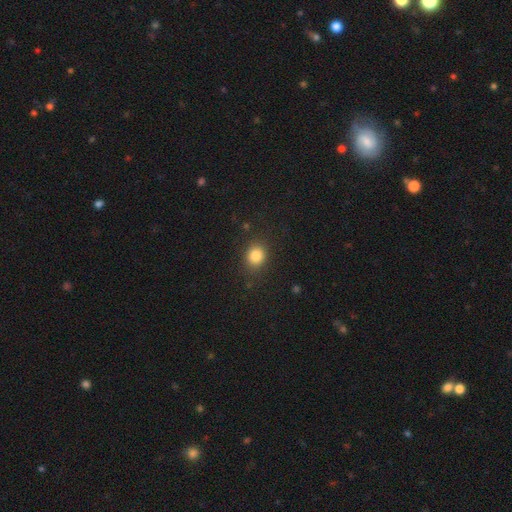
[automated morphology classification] type=smooth (85%); roundness=round (71%); merging=none (84%).